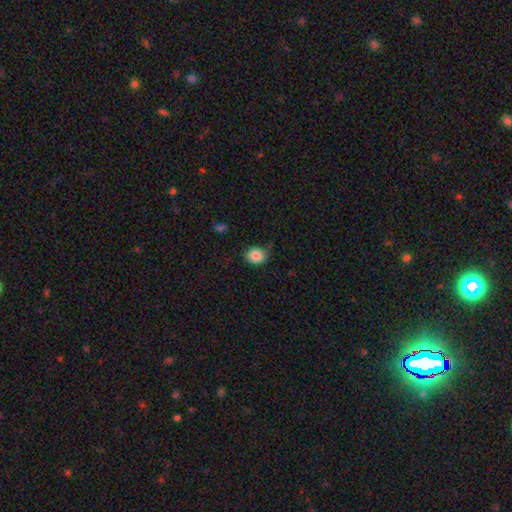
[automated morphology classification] The model was most divided on "how rounded": round: 66%, in between: 33%, cigar-shaped: 1%. More confident: smooth or featured — smooth (85%); merging — none (78%).